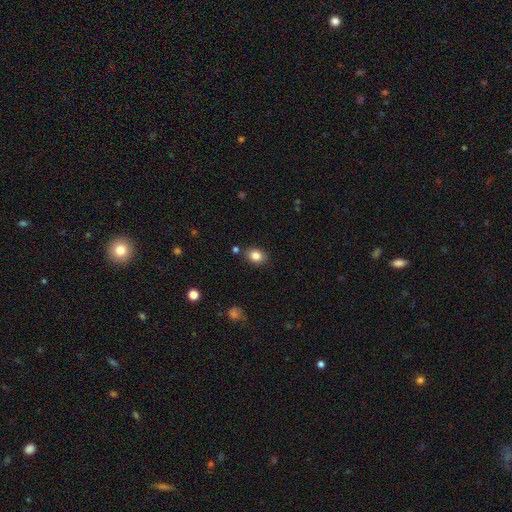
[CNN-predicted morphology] Q: Smooth or featured?
A: smooth (84%); runner-up: star or artifact (10%)
Q: How rounded?
A: in between (63%); runner-up: round (36%)
Q: Merging?
A: none (83%); runner-up: minor disturbance (10%)